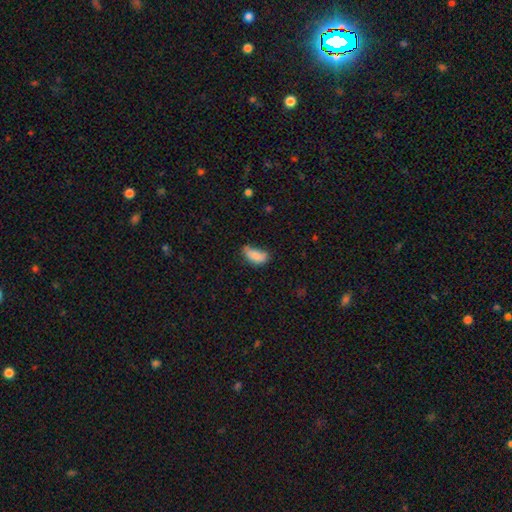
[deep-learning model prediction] This appears to be a smooth galaxy with no disk features (81%) that is in between round and cigar-shaped (90%). Merging: none (42%).